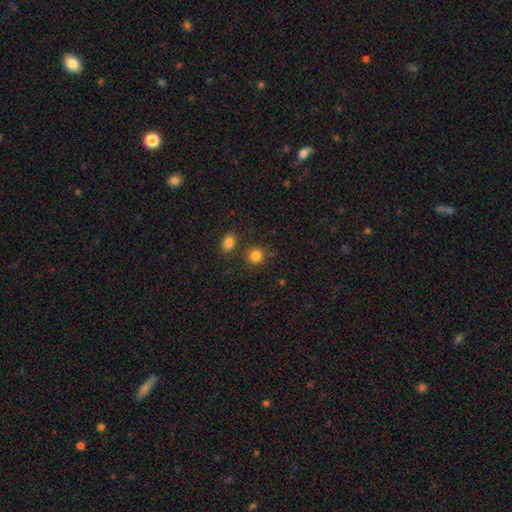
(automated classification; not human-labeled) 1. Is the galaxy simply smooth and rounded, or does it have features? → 84% smooth, 11% star or artifact, 5% featured or disk.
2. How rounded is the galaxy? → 85% round, 14% in between, 1% cigar-shaped.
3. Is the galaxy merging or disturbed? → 78% none, 11% minor disturbance, 8% merger, 4% major disturbance.